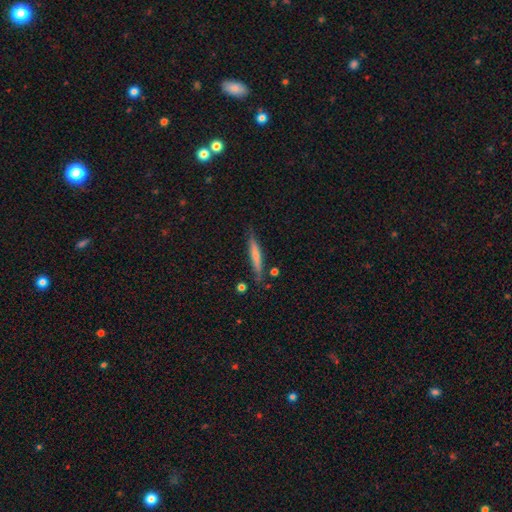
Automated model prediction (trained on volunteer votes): Overall: smooth (62%; featured or disk 32%). How rounded: cigar-shaped (93%). Merging: none (80%).